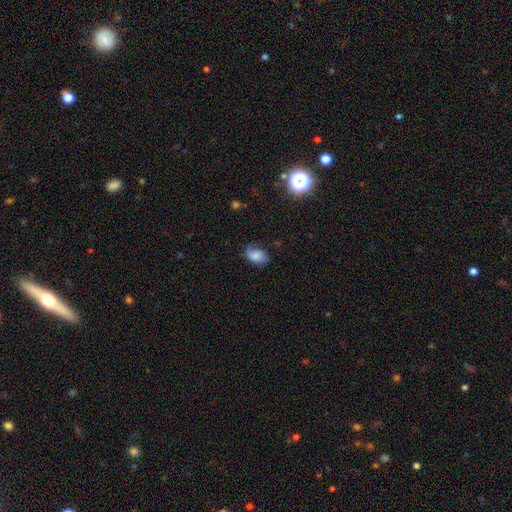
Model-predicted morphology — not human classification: A smooth galaxy with no disk features (73%) that is in between round and cigar-shaped (83%). Merging: none (66%).